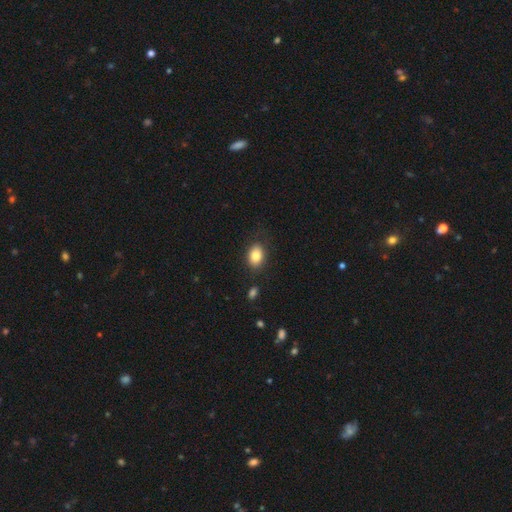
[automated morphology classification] Smooth or featured: smooth — 84% (featured or disk — 8%)
How rounded: in between — 78% (round — 21%)
Merging: none — 81% (minor disturbance — 12%)